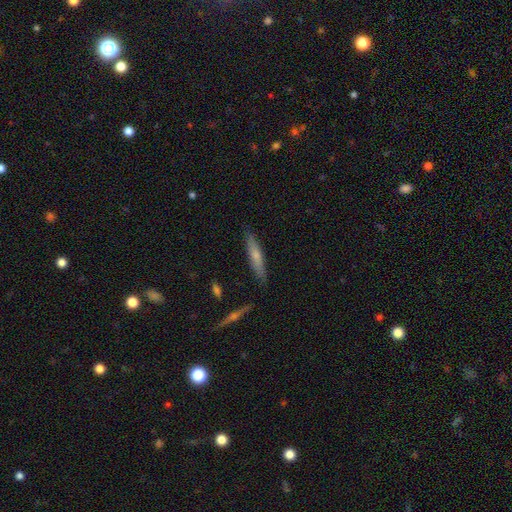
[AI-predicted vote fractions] Morphology: type=smooth (58%); roundness=cigar-shaped (89%); merging=none (85%).